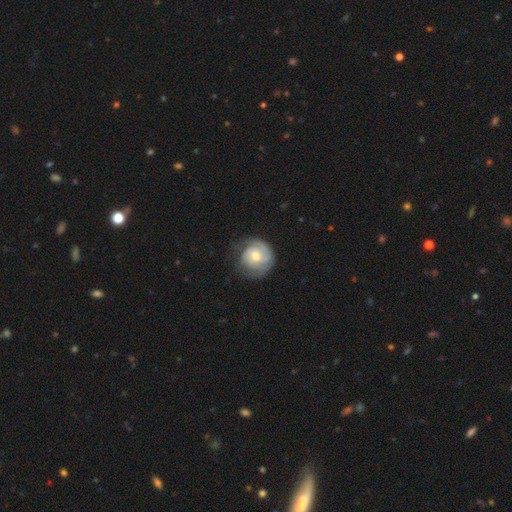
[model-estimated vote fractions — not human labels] Smooth or featured: featured or disk — 52% (smooth — 41%)
Edge-on disk: no — 97% (yes — 3%)
Bar: no — 72% (weak — 24%)
Spiral arms: yes — 81% (no — 19%)
Bulge size: moderate — 56% (small — 36%)
Merging: none — 61% (minor disturbance — 25%)